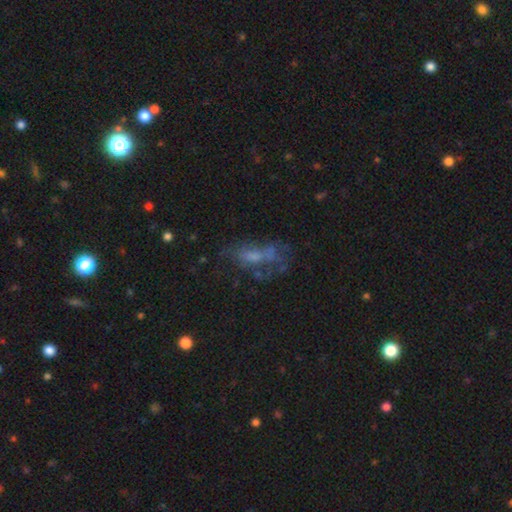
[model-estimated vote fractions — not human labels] Smooth or featured? Predicted: featured or disk (p=0.47). Merging? Predicted: none (p=0.39).